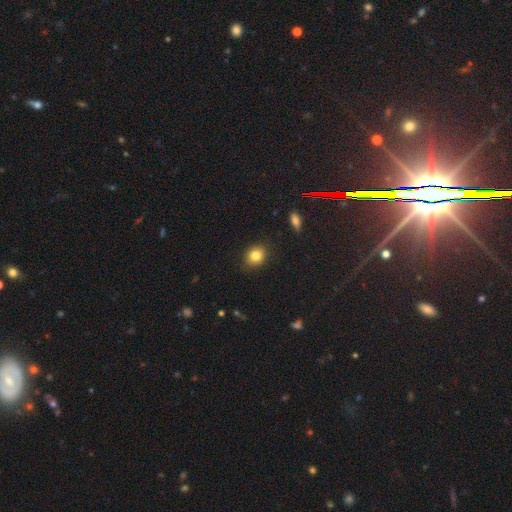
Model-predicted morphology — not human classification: smooth 82%, star or artifact 11%, featured or disk 7%. Down the decision tree: how rounded — round (62%); merging — none (85%).